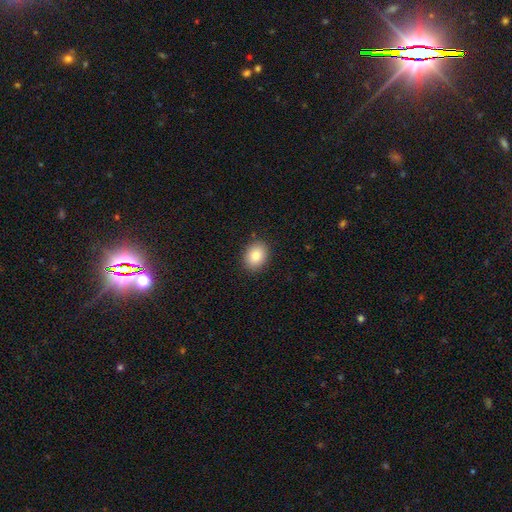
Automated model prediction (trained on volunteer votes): This is clearly a smooth galaxy (86%). How rounded: likely in between (61%). Merging: clearly none (88%).